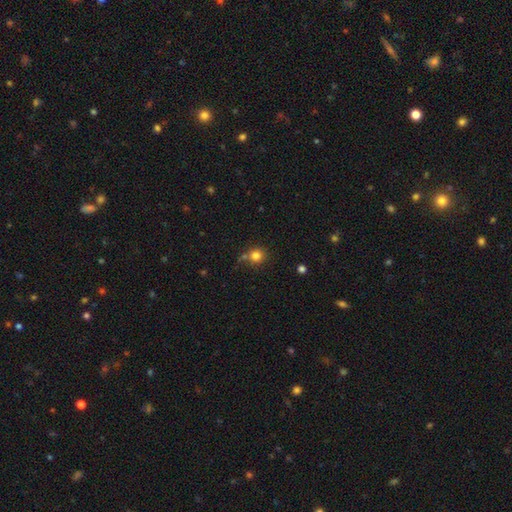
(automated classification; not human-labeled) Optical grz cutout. It shows a smooth galaxy with no disk features (81%) that is round (88%). Merging: none (67%).